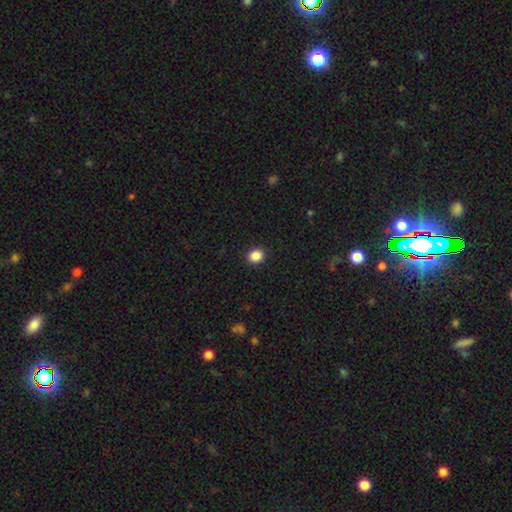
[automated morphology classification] type=smooth (87%); roundness=round (58%); merging=none (91%).